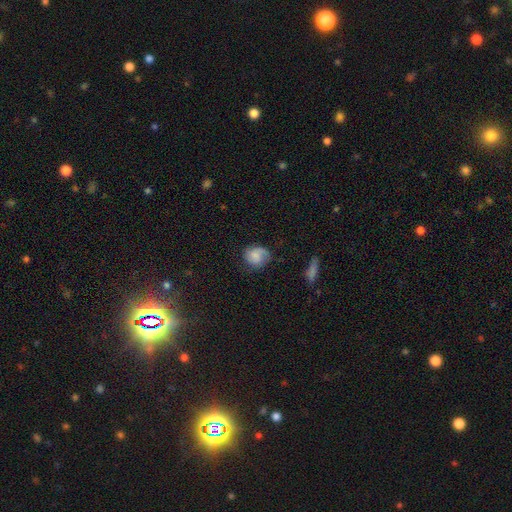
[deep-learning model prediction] smooth 54%, featured or disk 37%, star or artifact 8%. Down the decision tree: how rounded — round (71%); merging — none (63%).